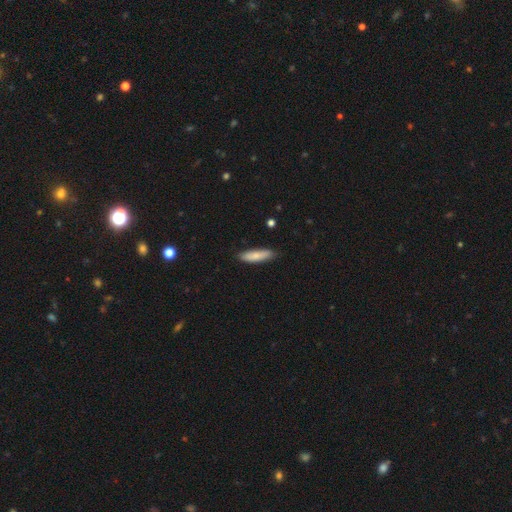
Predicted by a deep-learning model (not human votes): Smooth or featured?
  - smooth: 77% *
  - featured or disk: 17%
  - star or artifact: 6%
How rounded?
  - cigar-shaped: 65% *
  - in between: 33%
  - round: 2%
Merging?
  - none: 83% *
  - minor disturbance: 13%
  - major disturbance: 2%
  - merger: 1%